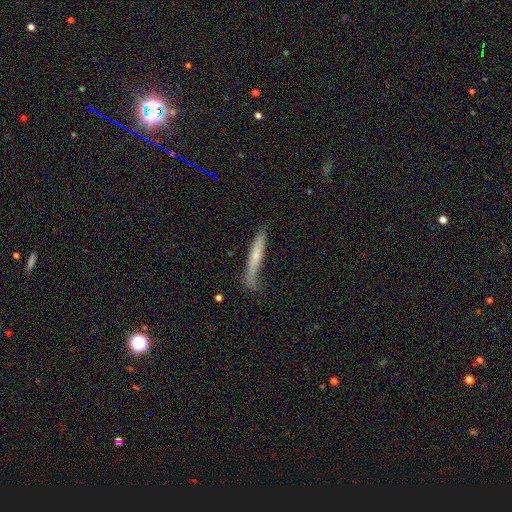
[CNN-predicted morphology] Smooth or featured? smooth (61%)
How rounded? cigar-shaped (93%)
Merging? none (61%)